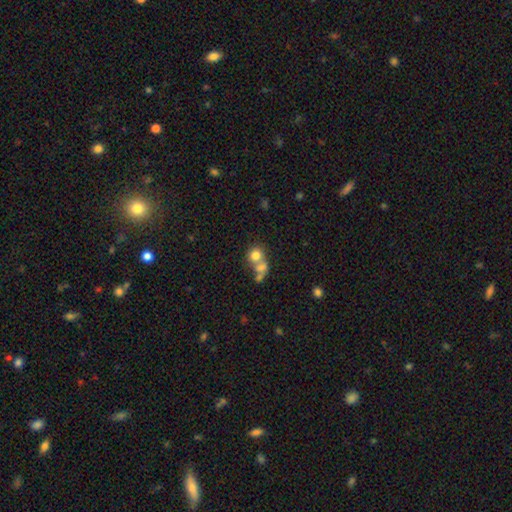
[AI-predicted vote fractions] Smooth or featured? Predicted: smooth (p=0.72). How rounded? Predicted: round (p=0.75). Merging? Predicted: merger (p=0.54).